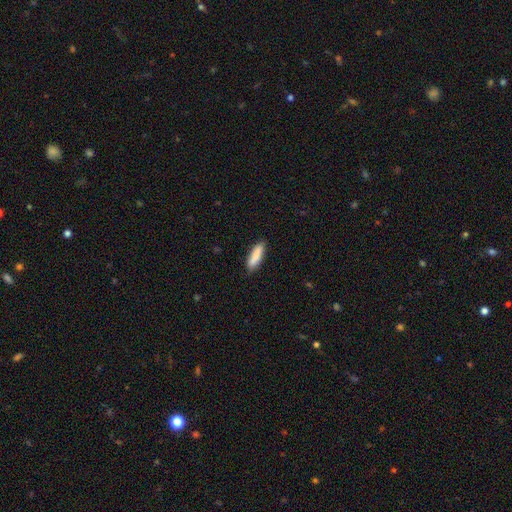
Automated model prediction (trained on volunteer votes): Smooth or featured? Predicted: smooth (p=0.87). How rounded? Predicted: cigar-shaped (p=0.61). Merging? Predicted: none (p=0.85).